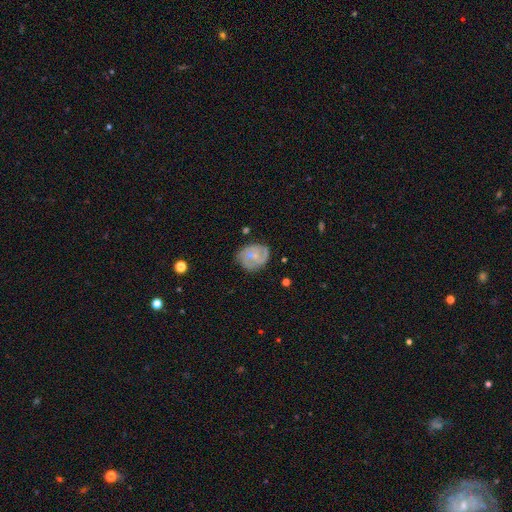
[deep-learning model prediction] Smooth or featured?
  - featured or disk: 71% *
  - smooth: 23%
  - star or artifact: 6%
Edge-on disk?
  - no: 98% *
  - yes: 2%
Bar?
  - no: 46% *
  - weak: 45%
  - strong: 9%
Spiral arms?
  - yes: 90% *
  - no: 10%
Spiral winding?
  - tight: 48% *
  - medium: 40%
  - loose: 12%
Spiral arm count?
  - 2: 48% *
  - can't tell: 21%
  - 3: 20%
  - 1: 5%
  - 4: 3%
  - more than 4: 3%
Bulge size?
  - small: 57% *
  - moderate: 24%
  - none: 17%
  - large: 1%
  - dominant: 1%
Merging?
  - none: 73% *
  - minor disturbance: 19%
  - major disturbance: 6%
  - merger: 2%